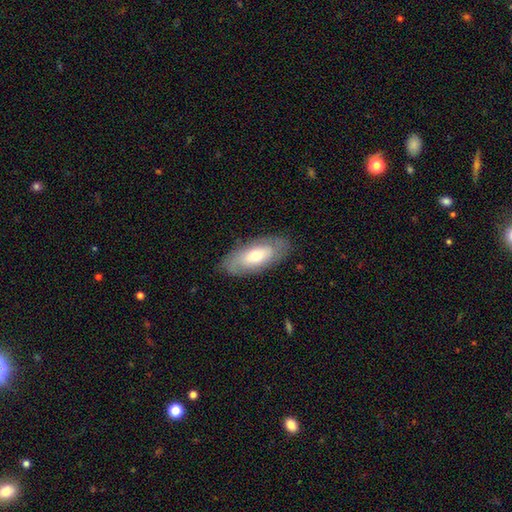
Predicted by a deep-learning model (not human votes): smooth-or-featured: smooth: 53% | featured or disk: 40% | star or artifact: 7%
  how-rounded: in between: 86% | cigar-shaped: 11% | round: 3%
  merging: none: 83% | minor disturbance: 12% | major disturbance: 4% | merger: 1%